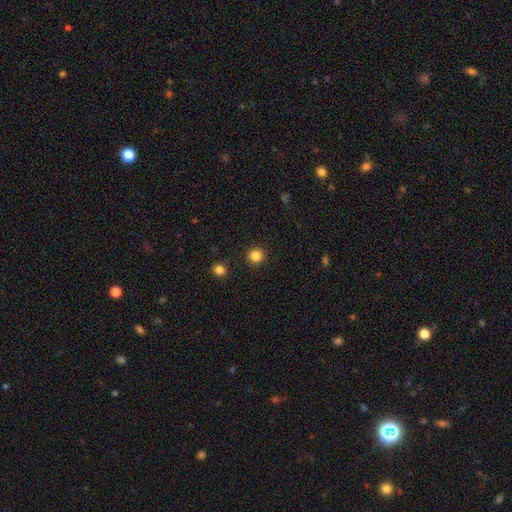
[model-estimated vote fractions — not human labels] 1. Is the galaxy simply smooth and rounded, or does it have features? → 84% smooth, 12% star or artifact, 3% featured or disk.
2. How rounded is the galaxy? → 94% round, 5% in between, 1% cigar-shaped.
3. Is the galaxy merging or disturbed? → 92% none, 5% minor disturbance, 2% major disturbance, 2% merger.